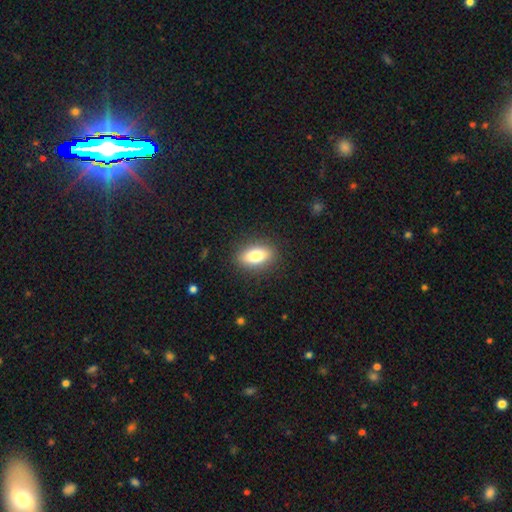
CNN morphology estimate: smooth 77%, featured or disk 15%, star or artifact 8%. Down the decision tree: how rounded — in between (83%); merging — none (88%).